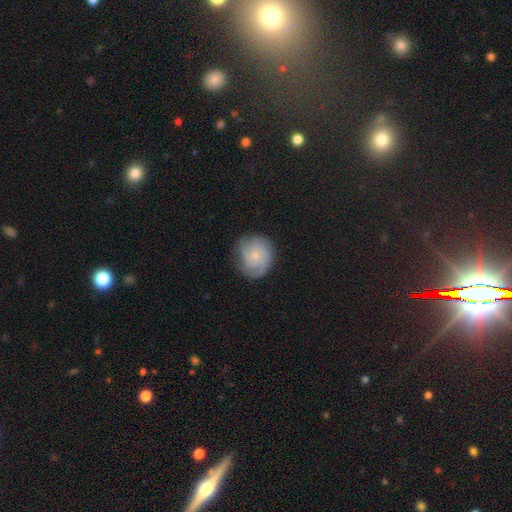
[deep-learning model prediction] A featured or disk galaxy (61%) with no bar (78%), 3 (31%, tied with can't tell) tight (57%) spiral arms (92%) and a small central bulge (66%). Merging: none (75%).